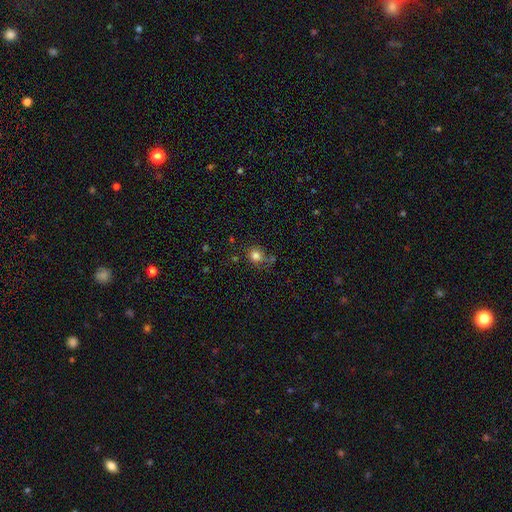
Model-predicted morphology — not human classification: smooth_or_featured: smooth (p=0.81) [alt: star or artifact p=0.13]
how_rounded: round (p=0.81) [alt: in between p=0.18]
merging: none (p=0.66) [alt: minor disturbance p=0.18]